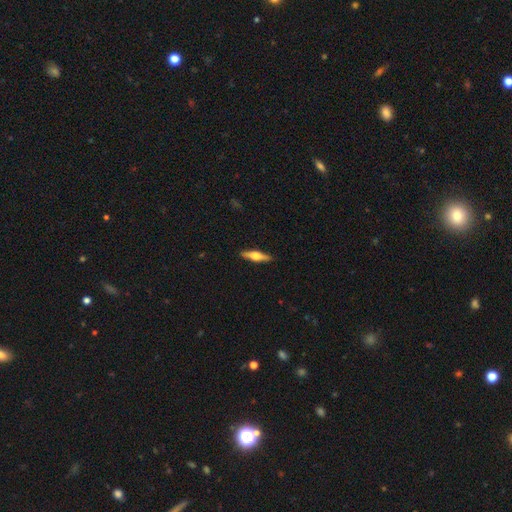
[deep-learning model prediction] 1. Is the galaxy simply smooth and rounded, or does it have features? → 57% featured or disk, 37% smooth, 6% star or artifact.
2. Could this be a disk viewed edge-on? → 96% yes, 4% no.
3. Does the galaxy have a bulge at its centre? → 92% rounded, 6% boxy, 2% none.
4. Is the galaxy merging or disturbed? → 90% none, 7% minor disturbance, 2% major disturbance, 1% merger.